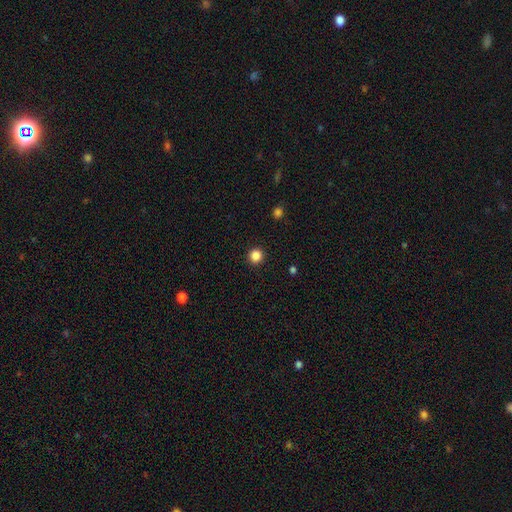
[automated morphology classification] Smooth or featured? Predicted: smooth (p=0.86). How rounded? Predicted: round (p=0.93). Merging? Predicted: none (p=0.92).